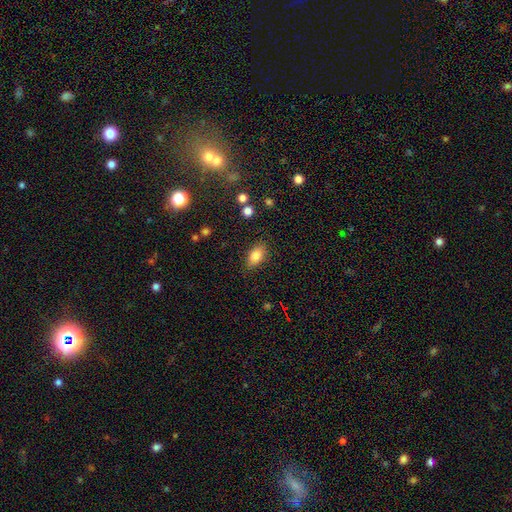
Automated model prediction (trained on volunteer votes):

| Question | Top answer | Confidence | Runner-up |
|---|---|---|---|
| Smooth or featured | smooth | 82% | featured or disk (9%) |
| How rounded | in between | 88% | round (8%) |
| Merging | none | 84% | minor disturbance (11%) |